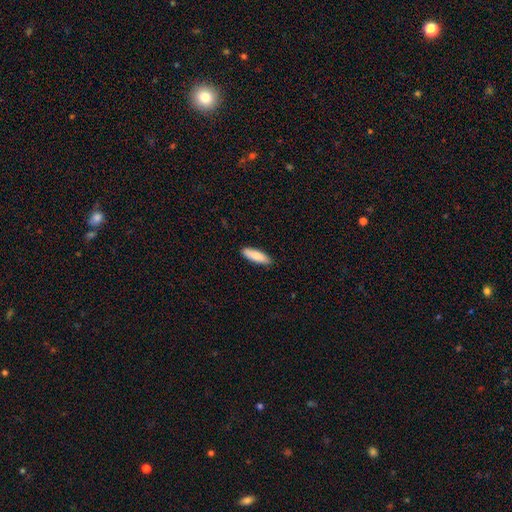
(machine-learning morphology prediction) smooth-or-featured: smooth: 87% | featured or disk: 8% | star or artifact: 5%
  how-rounded: cigar-shaped: 51% | in between: 48% | round: 2%
  merging: none: 87% | minor disturbance: 11% | major disturbance: 2% | merger: 1%